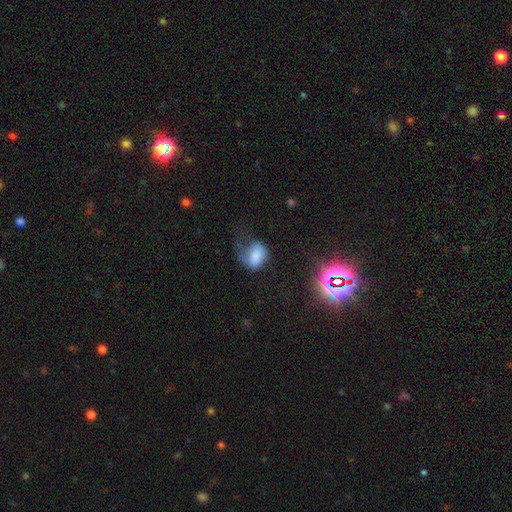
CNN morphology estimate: This is likely a smooth galaxy (67%). How rounded: likely in between (68%). Merging: possibly major disturbance (48%).